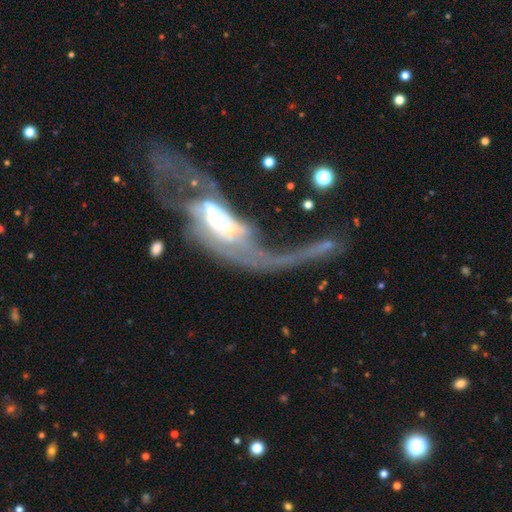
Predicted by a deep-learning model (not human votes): Smooth or featured?
  - featured or disk: 79% *
  - smooth: 13%
  - star or artifact: 8%
Edge-on disk?
  - no: 90% *
  - yes: 10%
Bar?
  - weak: 38% *
  - no: 35%
  - strong: 27%
Spiral arms?
  - yes: 78% *
  - no: 22%
Spiral winding?
  - loose: 68% *
  - medium: 23%
  - tight: 9%
Spiral arm count?
  - 2: 51% *
  - 1: 23%
  - can't tell: 17%
  - 3: 4%
  - 4: 3%
  - more than 4: 3%
Bulge size?
  - moderate: 44% *
  - small: 26%
  - large: 20%
  - none: 6%
  - dominant: 4%
Merging?
  - major disturbance: 51% *
  - merger: 22%
  - none: 17%
  - minor disturbance: 10%